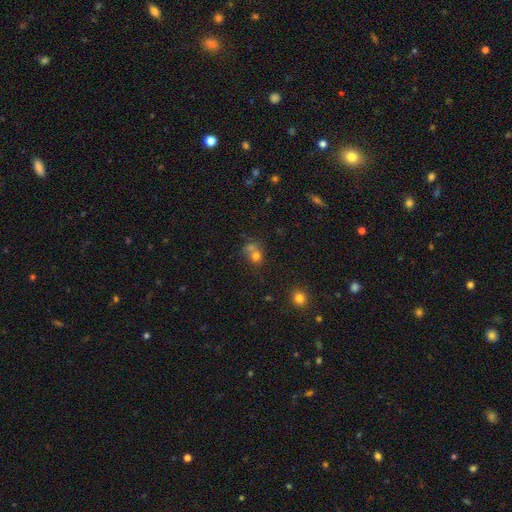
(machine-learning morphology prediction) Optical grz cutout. It shows a smooth galaxy with no disk features (70%) that is round (68%). Merging: merger (52%).